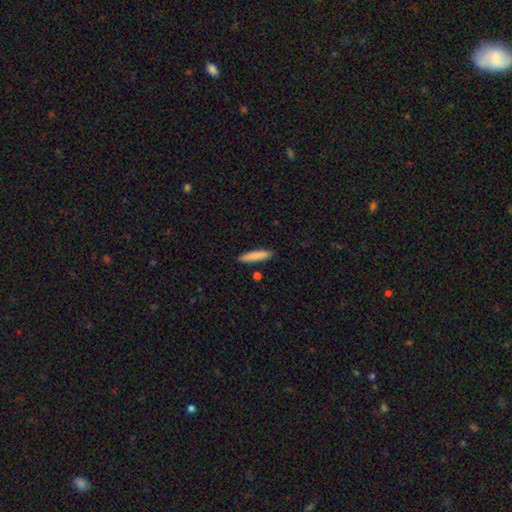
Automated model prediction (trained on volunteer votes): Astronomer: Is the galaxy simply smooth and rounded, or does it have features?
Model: smooth — 84%.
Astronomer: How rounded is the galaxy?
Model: cigar-shaped — 87%.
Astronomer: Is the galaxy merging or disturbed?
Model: none — 88%.